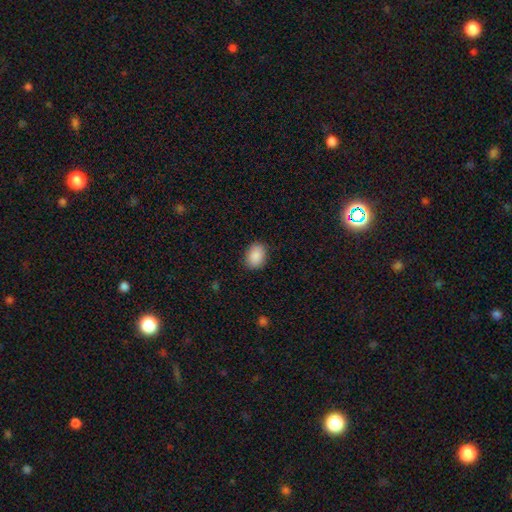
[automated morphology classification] smooth-or-featured: smooth: 89% | star or artifact: 7% | featured or disk: 4%
  how-rounded: in between: 67% | round: 32% | cigar-shaped: 1%
  merging: none: 87% | minor disturbance: 10% | major disturbance: 2% | merger: 1%